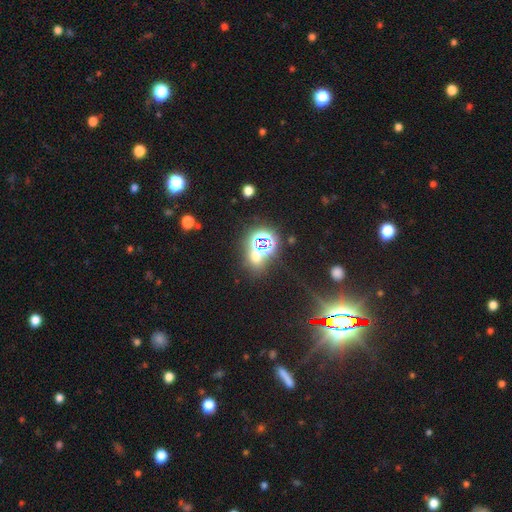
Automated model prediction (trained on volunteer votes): smooth-or-featured: star or artifact: 57% | smooth: 32% | featured or disk: 10%